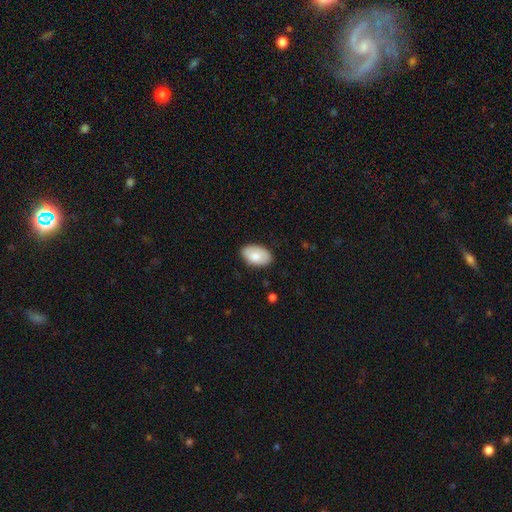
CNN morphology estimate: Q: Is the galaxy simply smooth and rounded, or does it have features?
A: smooth — 82%.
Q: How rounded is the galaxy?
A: in between — 94%.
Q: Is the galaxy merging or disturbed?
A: none — 82%.